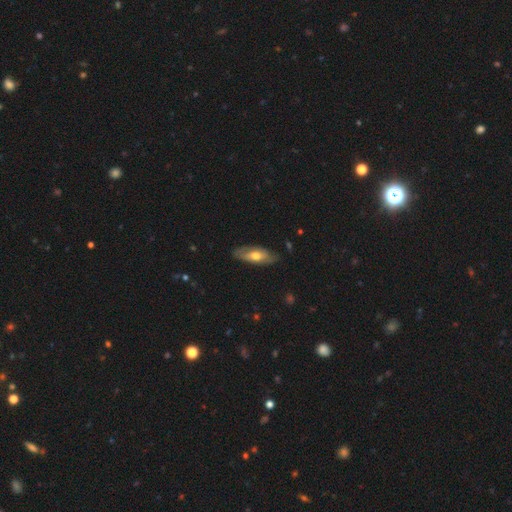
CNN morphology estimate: A smooth galaxy with no disk features (50%). Merging: none (79%).